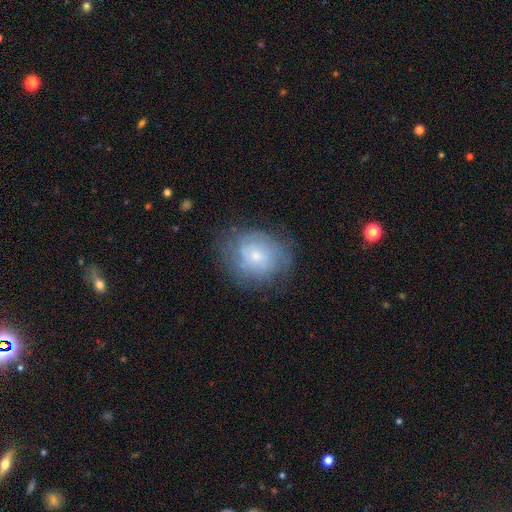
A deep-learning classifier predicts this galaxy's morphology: Smooth or featured: featured or disk — 55% (smooth — 36%)
Edge-on disk: no — 97% (yes — 3%)
Bar: no — 77% (weak — 20%)
Spiral arms: yes — 74% (no — 26%)
Bulge size: small — 61% (moderate — 33%)
Merging: none — 71% (minor disturbance — 19%)